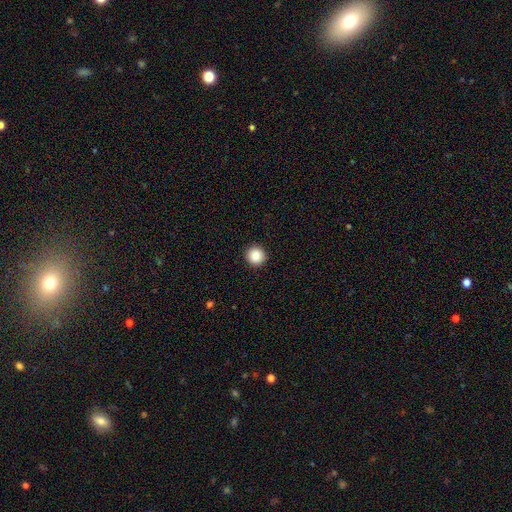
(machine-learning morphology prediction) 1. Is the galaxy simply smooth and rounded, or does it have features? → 87% smooth, 9% star or artifact, 4% featured or disk.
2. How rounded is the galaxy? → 94% round, 5% in between, 1% cigar-shaped.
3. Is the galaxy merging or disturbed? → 93% none, 4% minor disturbance, 2% major disturbance, 1% merger.